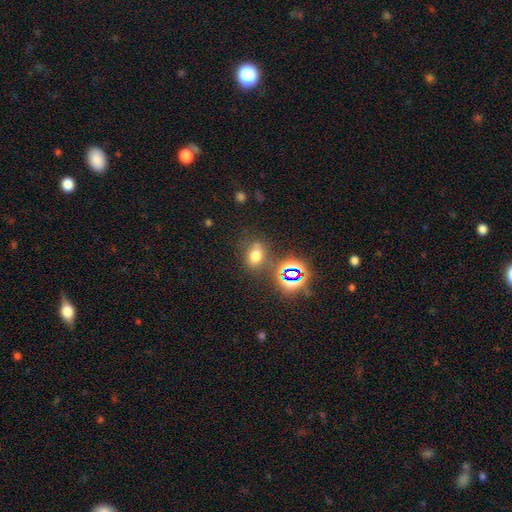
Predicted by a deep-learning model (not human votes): Smooth or featured?
  - smooth: 63% *
  - star or artifact: 27%
  - featured or disk: 10%
How rounded?
  - in between: 66% *
  - round: 32%
  - cigar-shaped: 2%
Merging?
  - none: 69% *
  - minor disturbance: 16%
  - merger: 9%
  - major disturbance: 6%